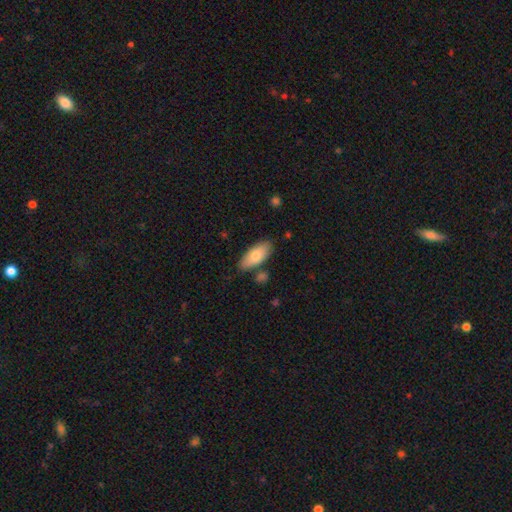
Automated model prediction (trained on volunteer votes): Q: Smooth or featured?
A: smooth (77%); runner-up: featured or disk (17%)
Q: How rounded?
A: in between (85%); runner-up: cigar-shaped (13%)
Q: Merging?
A: none (77%); runner-up: minor disturbance (14%)